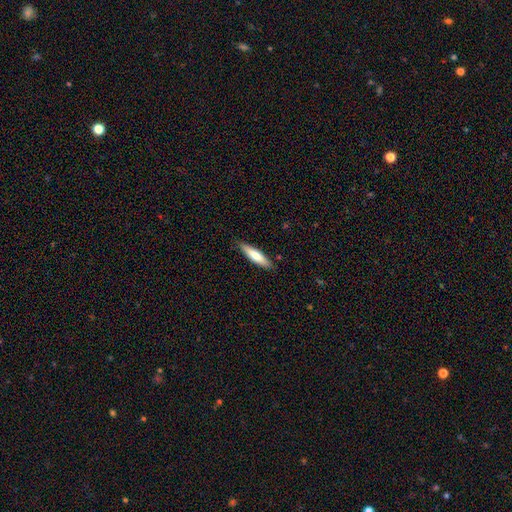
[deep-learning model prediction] This appears to be a smooth galaxy with no disk features (68%) that is cigar-shaped (75%). Merging: none (87%).